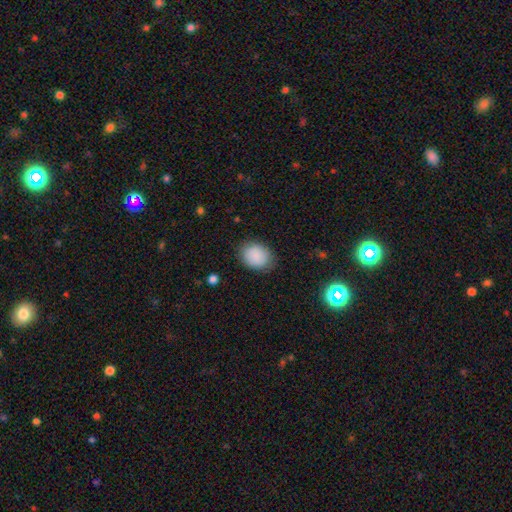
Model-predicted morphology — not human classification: A smooth galaxy with no disk features (88%) that is in between round and cigar-shaped (50%).

Vote fractions:
- Smooth or featured? smooth: 88% / star or artifact: 8% / featured or disk: 4%
- How rounded? in between: 50% / round: 49% / cigar-shaped: 1%
- Merging? none: 83% / minor disturbance: 13% / major disturbance: 4% / merger: 1%